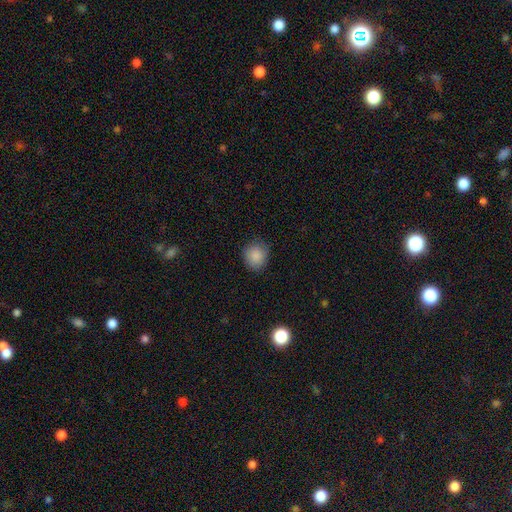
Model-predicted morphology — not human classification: smooth_or_featured: smooth (p=0.87) [alt: star or artifact p=0.09]
how_rounded: round (p=0.81) [alt: in between p=0.18]
merging: none (p=0.85) [alt: minor disturbance p=0.11]